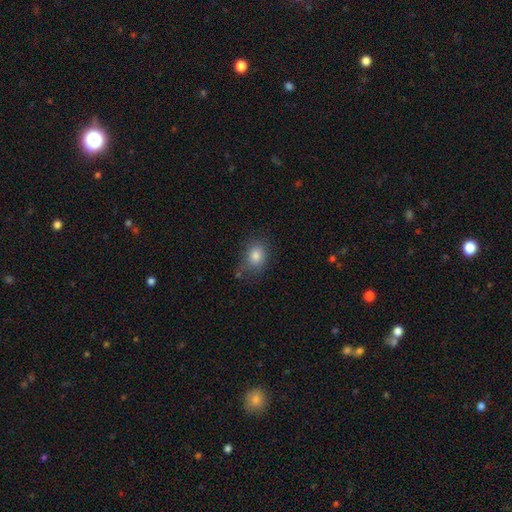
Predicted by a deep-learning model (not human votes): smooth_or_featured: smooth (p=0.81) [alt: star or artifact p=0.11]
how_rounded: in between (p=0.54) [alt: round p=0.45]
merging: none (p=0.69) [alt: minor disturbance p=0.21]